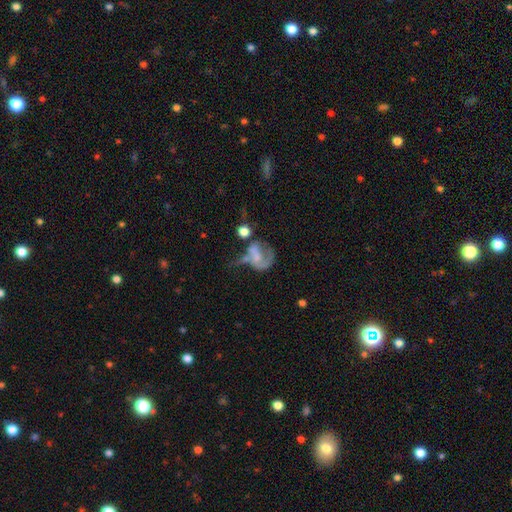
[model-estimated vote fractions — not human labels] Smooth or featured? featured or disk (57%)
Edge-on disk? no (97%)
Bar? no (62%)
Spiral arms? yes (62%)
Bulge size? none (39%)
Merging? major disturbance (41%)